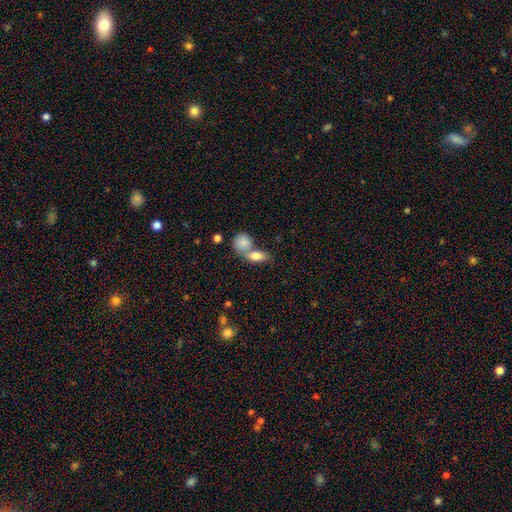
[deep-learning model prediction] smooth 80%, featured or disk 13%, star or artifact 7%. Down the decision tree: how rounded — in between (75%); merging — merger (56%).